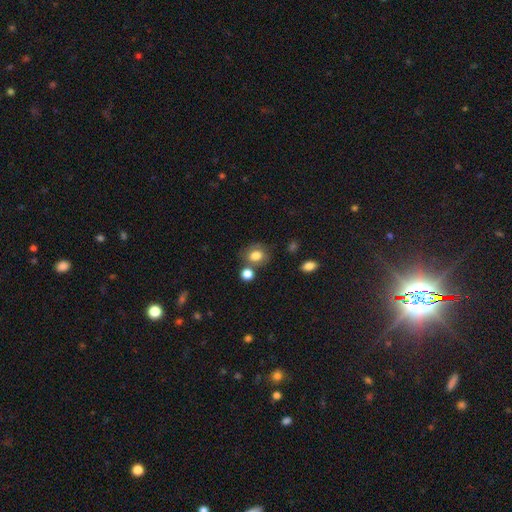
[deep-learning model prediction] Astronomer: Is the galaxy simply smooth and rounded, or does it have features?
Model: smooth — 79%.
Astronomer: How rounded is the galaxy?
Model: round — 55% (runner-up: in between, 44%).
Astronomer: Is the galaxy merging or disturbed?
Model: none — 63%.